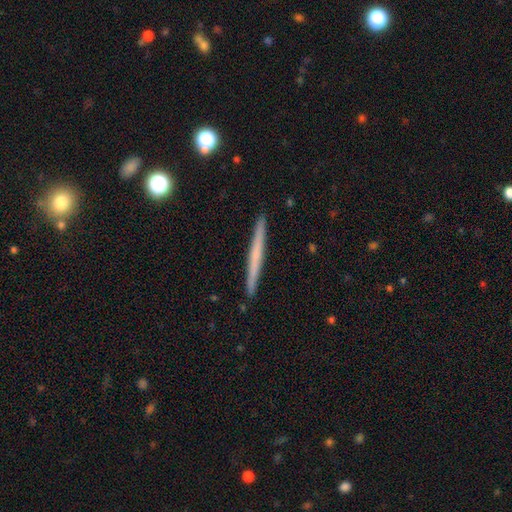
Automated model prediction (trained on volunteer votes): The model was most divided on "smooth or featured": featured or disk: 47%, smooth: 46%, star or artifact: 6%. More confident: merging — none (92%).